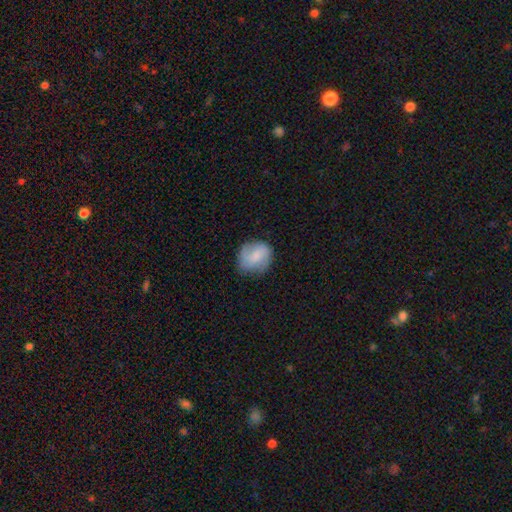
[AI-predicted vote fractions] Morphology: type=smooth (66%); roundness=round (72%); merging=none (69%).